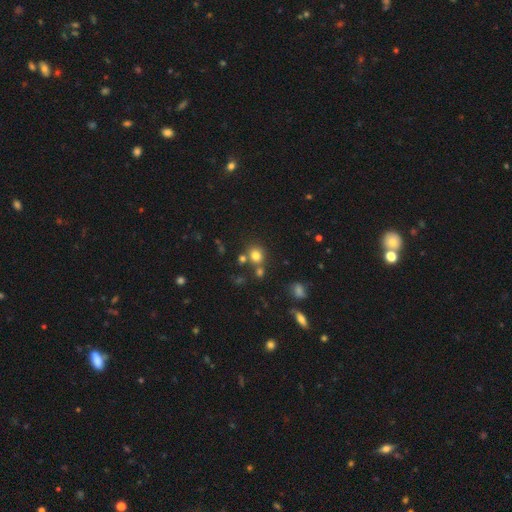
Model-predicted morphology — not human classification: This appears to be a smooth galaxy with no disk features (76%) that is round (82%). Merging: none (69%).